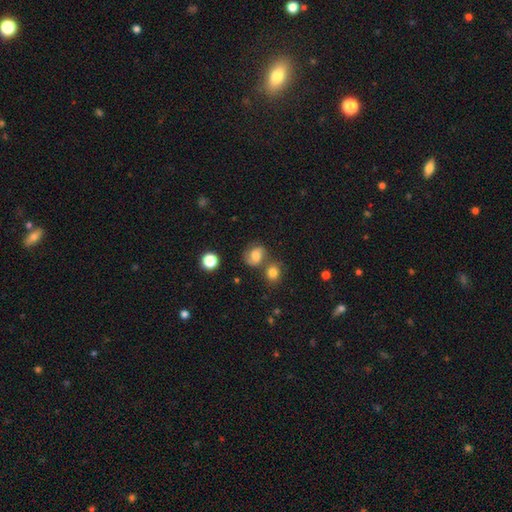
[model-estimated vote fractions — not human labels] Smooth or featured: smooth — 46% (featured or disk — 42%)
Merging: none — 59% (merger — 17%)